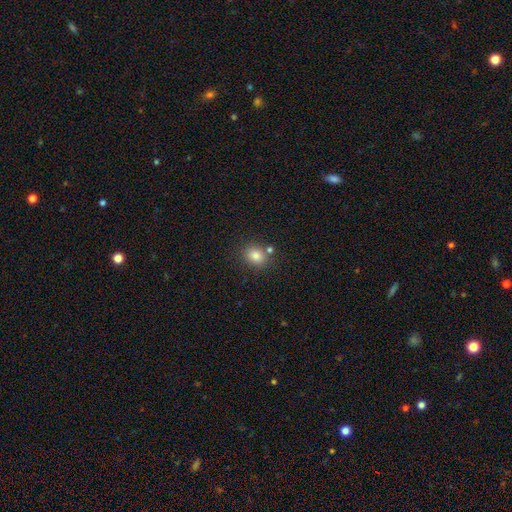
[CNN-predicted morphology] type=smooth (81%); roundness=round (57%); merging=none (75%).